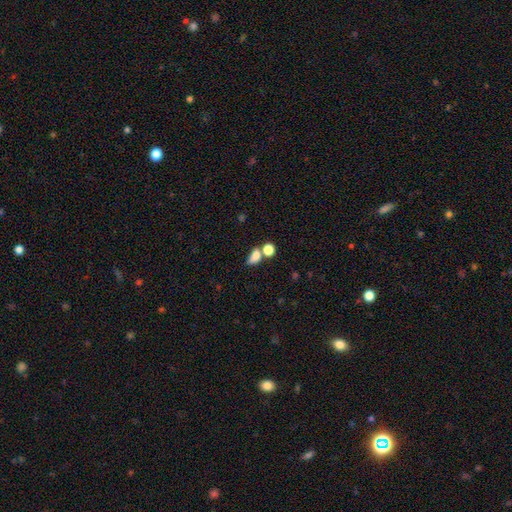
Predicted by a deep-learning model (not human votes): The model was most divided on "merging": merger: 44%, none: 34%, minor disturbance: 13%, major disturbance: 9%. More confident: smooth or featured — smooth (76%); how rounded — in between (72%).